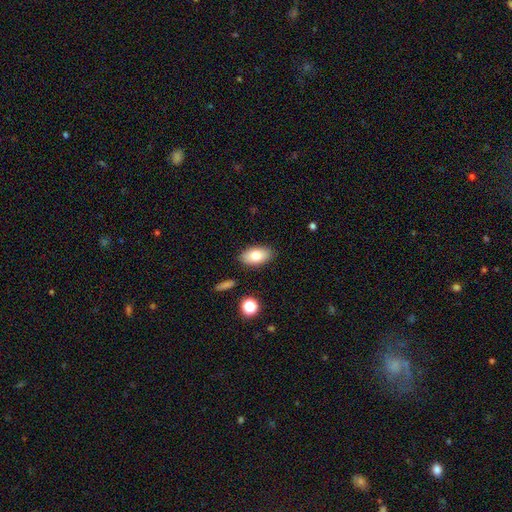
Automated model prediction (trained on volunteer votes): Smooth or featured? Predicted: smooth (p=0.78). How rounded? Predicted: in between (p=0.92). Merging? Predicted: none (p=0.86).